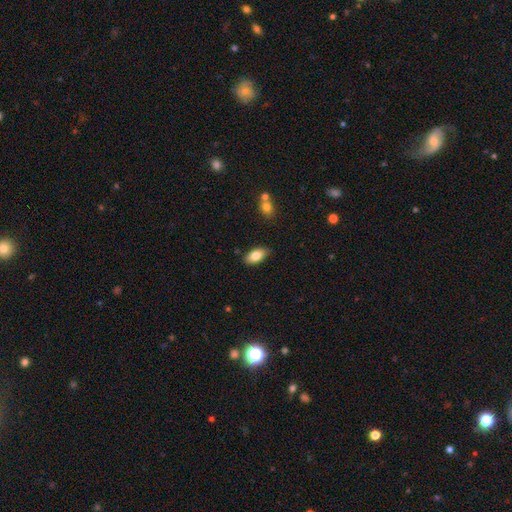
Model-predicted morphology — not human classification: The model was most divided on "smooth or featured": smooth: 81%, featured or disk: 12%, star or artifact: 7%. More confident: how rounded — in between (92%); merging — none (85%).